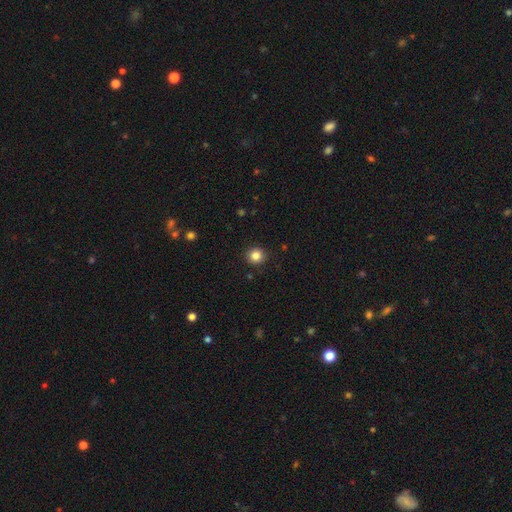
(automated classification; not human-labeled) Overall: smooth (84%). How rounded: round (91%). Merging: none (92%).